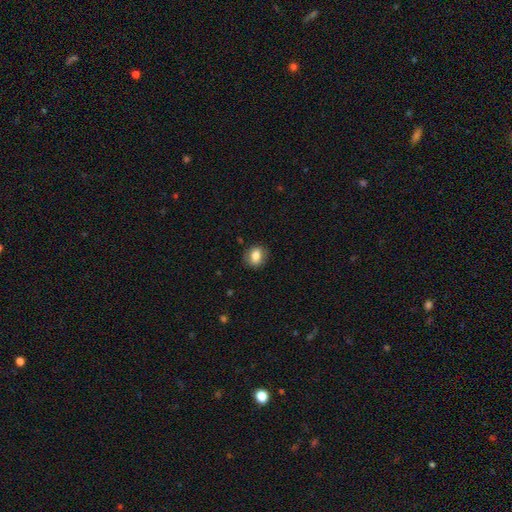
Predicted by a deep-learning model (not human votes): This appears to be a smooth galaxy with no disk features (81%) that is round (51%). Merging: none (85%).